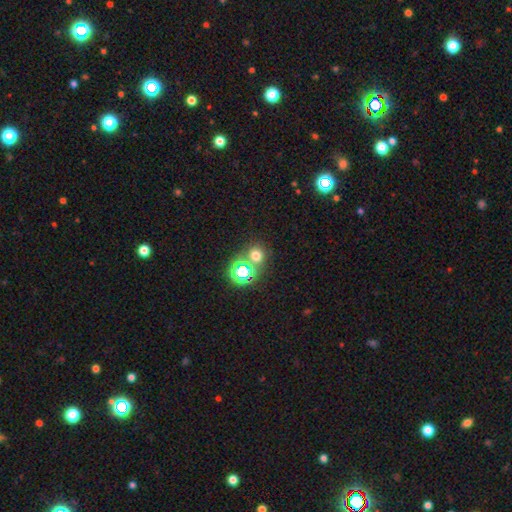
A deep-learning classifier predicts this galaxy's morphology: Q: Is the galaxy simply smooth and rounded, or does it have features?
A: smooth — 61%.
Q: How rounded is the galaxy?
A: round — 85%.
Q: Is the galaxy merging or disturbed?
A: none — 70%.